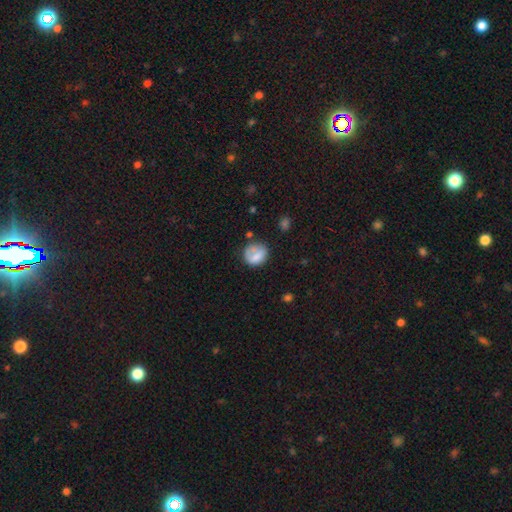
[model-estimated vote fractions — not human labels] smooth-or-featured: smooth: 73% | featured or disk: 18% | star or artifact: 8%
  how-rounded: round: 76% | in between: 23% | cigar-shaped: 1%
  merging: none: 59% | minor disturbance: 24% | major disturbance: 13% | merger: 4%